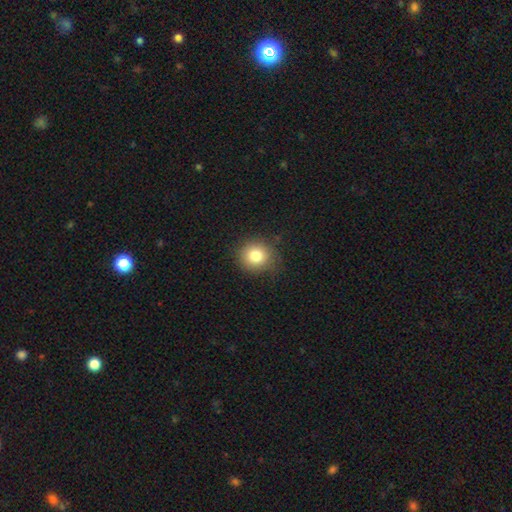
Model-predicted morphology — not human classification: smooth_or_featured: smooth (p=0.82) [alt: star or artifact p=0.11]
how_rounded: round (p=0.88) [alt: in between p=0.11]
merging: none (p=0.83) [alt: minor disturbance p=0.12]